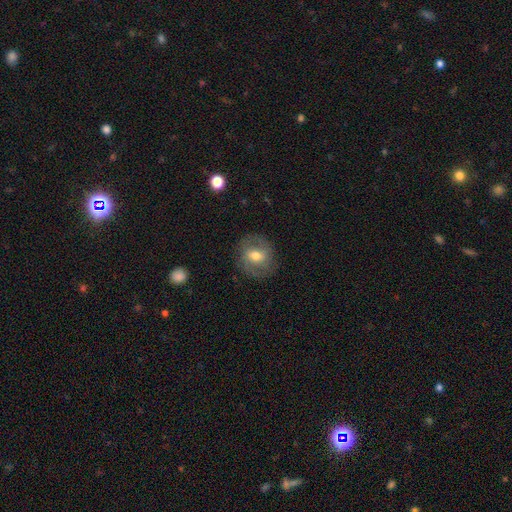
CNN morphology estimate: smooth-or-featured: featured or disk: 56% | smooth: 36% | star or artifact: 8%
  disk-edge-on: no: 95% | yes: 5%
    bar: weak: 47% | no: 30% | strong: 23%
    has-spiral-arms: yes: 70% | no: 30%
    bulge-size: moderate: 71% | small: 21% | large: 6% | none: 1% | dominant: 1%
  merging: none: 82% | minor disturbance: 12% | major disturbance: 5% | merger: 1%